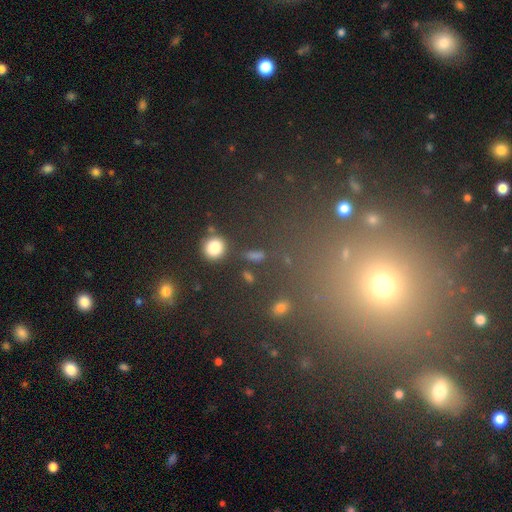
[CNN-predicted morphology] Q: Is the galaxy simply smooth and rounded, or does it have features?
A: star or artifact — 47%.